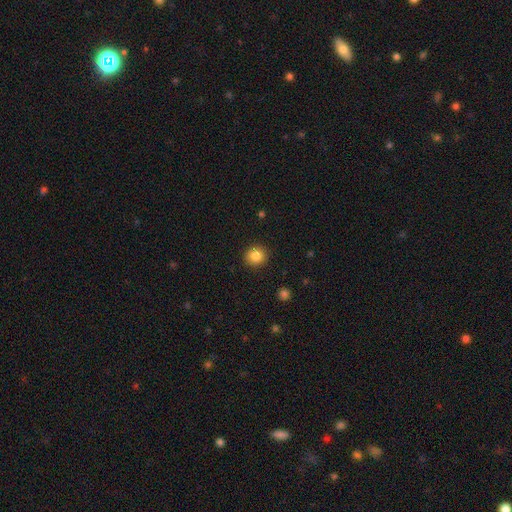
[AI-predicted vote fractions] The model was most divided on "smooth or featured": smooth: 85%, star or artifact: 10%, featured or disk: 5%. More confident: merging — none (91%); how rounded — round (89%).